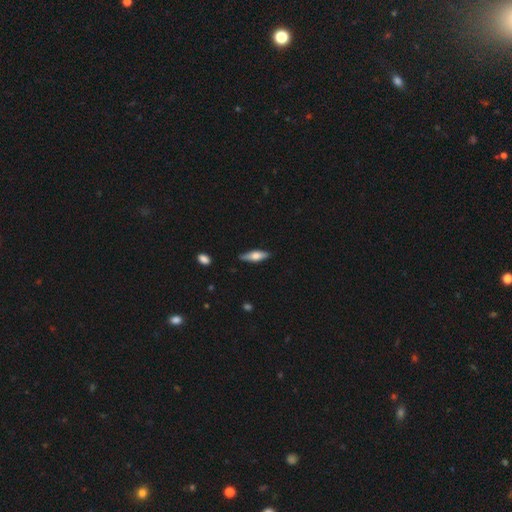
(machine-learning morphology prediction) The model was most divided on "how rounded": cigar-shaped: 51%, in between: 47%, round: 2%. More confident: merging — none (84%); smooth or featured — smooth (57%).